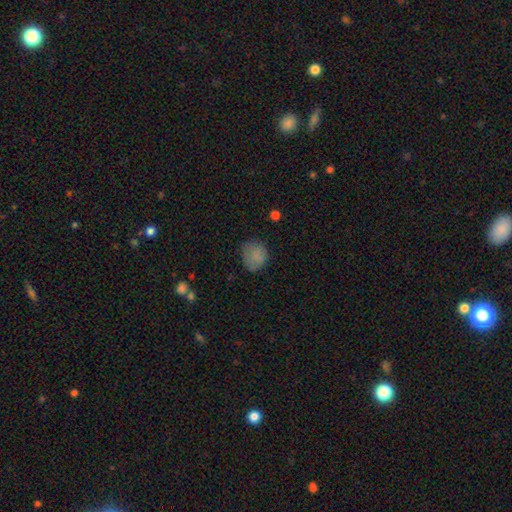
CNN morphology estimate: This appears to be a smooth galaxy with no disk features (81%) that is round (74%). Merging: none (65%).